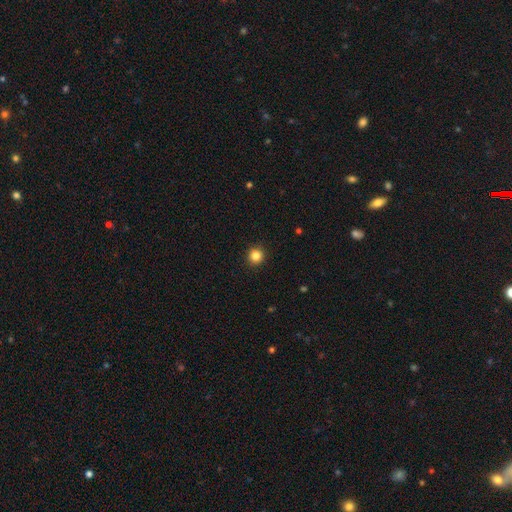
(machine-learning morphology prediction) type=smooth (85%); roundness=round (94%); merging=none (92%).